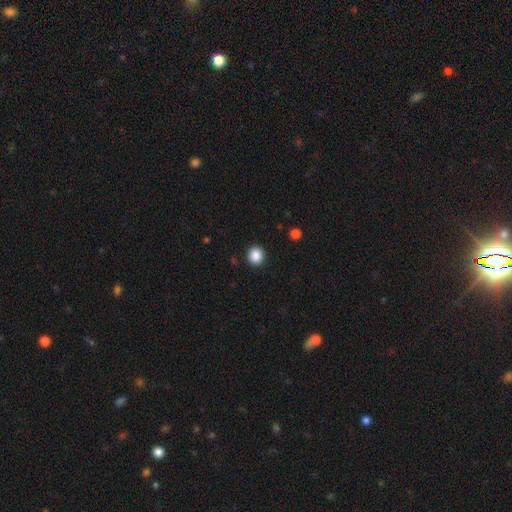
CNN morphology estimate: smooth_or_featured: smooth (p=0.87) [alt: star or artifact p=0.10]
how_rounded: round (p=0.83) [alt: in between p=0.16]
merging: none (p=0.92) [alt: minor disturbance p=0.05]